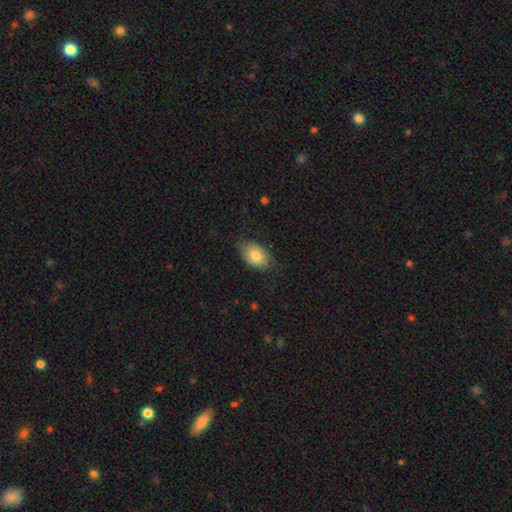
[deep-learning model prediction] This is likely a smooth galaxy (80%). How rounded: clearly in between (85%). Merging: likely none (73%).